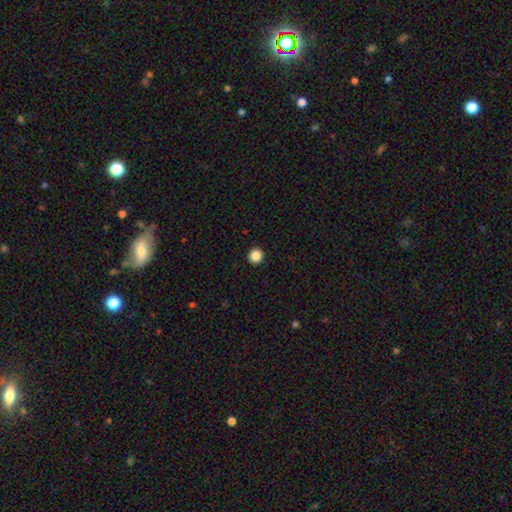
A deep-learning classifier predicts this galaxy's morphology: A smooth galaxy with no disk features (87%) that is round (96%).

Vote fractions:
- Smooth or featured? smooth: 87% / star or artifact: 10% / featured or disk: 3%
- How rounded? round: 96% / in between: 3% / cigar-shaped: 1%
- Merging? none: 94% / minor disturbance: 3% / major disturbance: 1% / merger: 1%